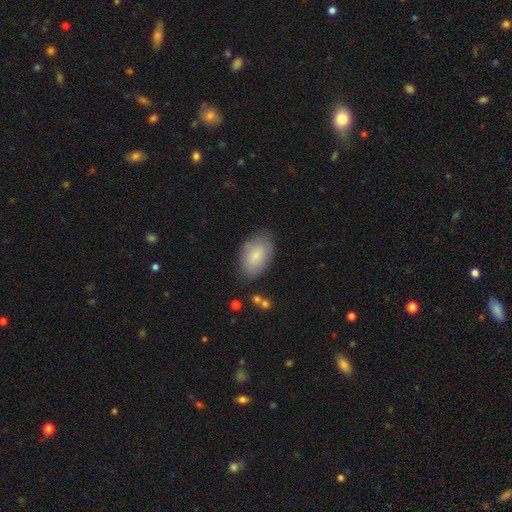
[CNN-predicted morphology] The model was most divided on "merging": none: 78%, minor disturbance: 16%, major disturbance: 4%, merger: 2%. More confident: how rounded — in between (92%); smooth or featured — smooth (81%).